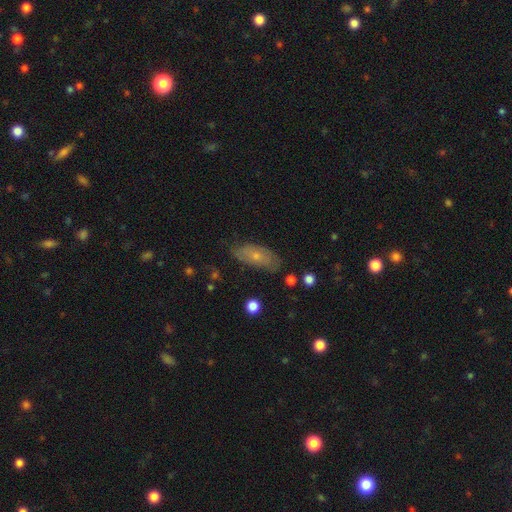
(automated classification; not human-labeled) Smooth or featured? smooth (58%)
How rounded? in between (81%)
Merging? none (69%)